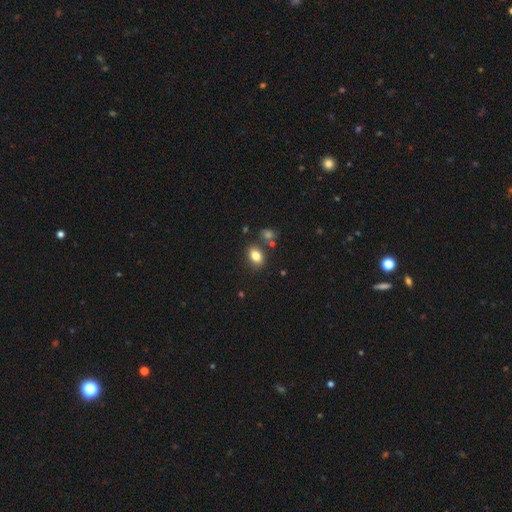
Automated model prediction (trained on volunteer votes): Morphology: type=smooth (81%); roundness=in between (77%); merging=none (77%).